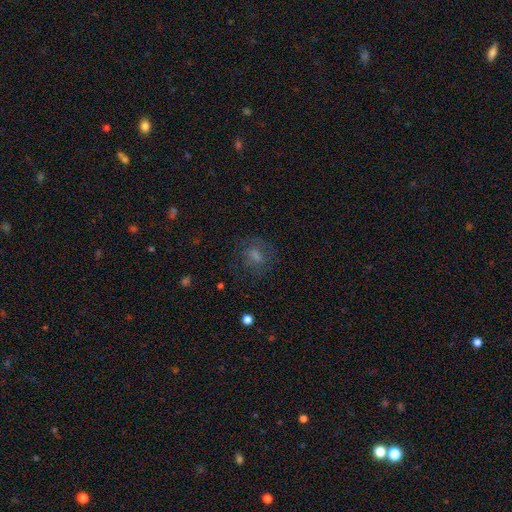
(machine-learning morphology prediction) The model was most divided on "how rounded": round: 49%, in between: 48%, cigar-shaped: 3%. More confident: merging — none (64%); smooth or featured — smooth (56%).